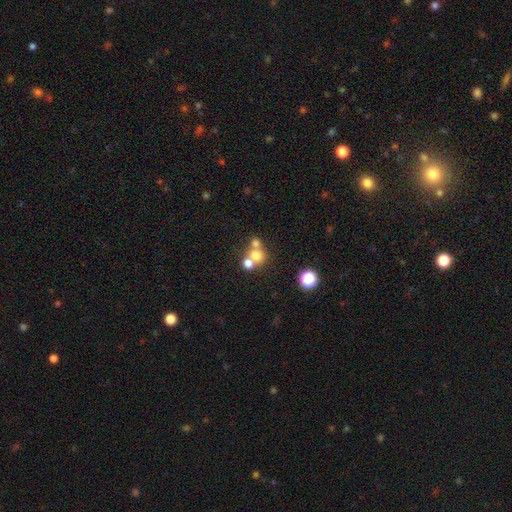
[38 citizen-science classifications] This appears to be a smooth galaxy with no disk features (74%) that is round (82%). Merging: none (51%).